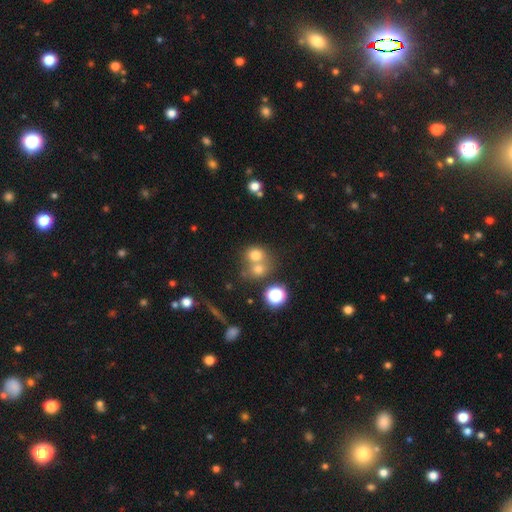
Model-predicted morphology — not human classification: Smooth or featured?
  - smooth: 71% *
  - star or artifact: 16%
  - featured or disk: 13%
How rounded?
  - round: 75% *
  - in between: 24%
  - cigar-shaped: 1%
Merging?
  - merger: 49% *
  - none: 39%
  - minor disturbance: 7%
  - major disturbance: 4%